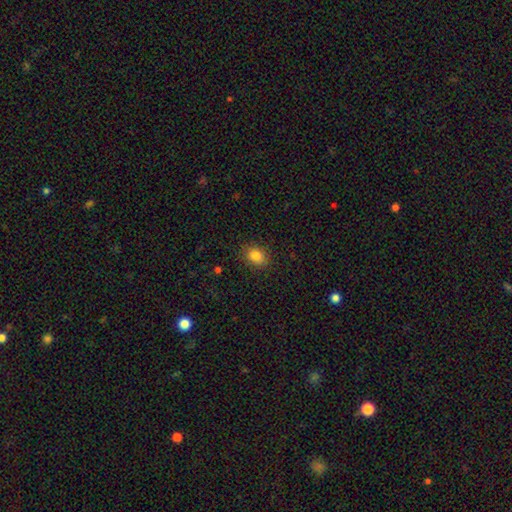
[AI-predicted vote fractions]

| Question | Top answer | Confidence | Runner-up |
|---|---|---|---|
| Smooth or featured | smooth | 84% | star or artifact (10%) |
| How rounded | in between | 55% | round (44%) |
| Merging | none | 87% | minor disturbance (10%) |